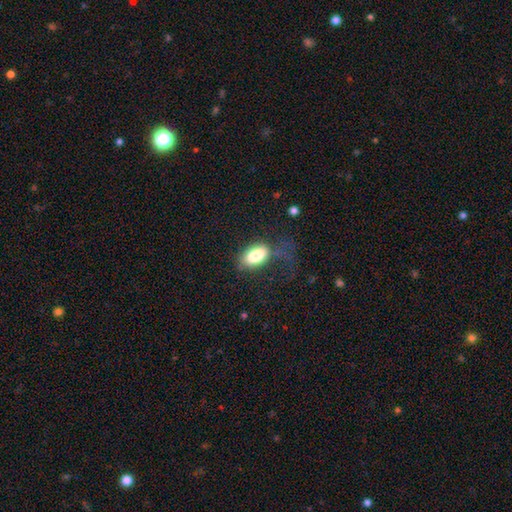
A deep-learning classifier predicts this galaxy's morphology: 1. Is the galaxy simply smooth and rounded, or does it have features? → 82% smooth, 11% featured or disk, 7% star or artifact.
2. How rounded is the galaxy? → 93% in between, 4% round, 3% cigar-shaped.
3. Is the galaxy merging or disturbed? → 45% none, 29% major disturbance, 23% minor disturbance, 3% merger.